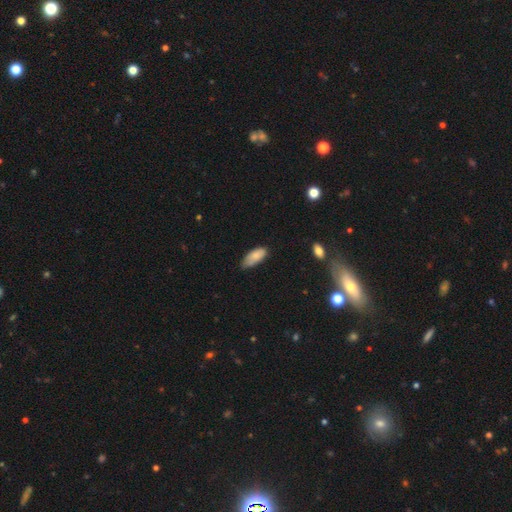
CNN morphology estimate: Q: Smooth or featured?
A: smooth (82%); runner-up: featured or disk (11%)
Q: How rounded?
A: in between (85%); runner-up: cigar-shaped (13%)
Q: Merging?
A: none (53%); runner-up: minor disturbance (38%)